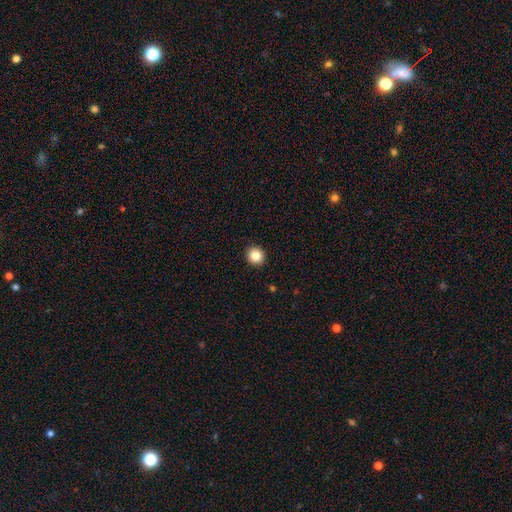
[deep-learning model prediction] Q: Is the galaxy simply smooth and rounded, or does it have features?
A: smooth — 84%.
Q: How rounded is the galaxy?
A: round — 85%.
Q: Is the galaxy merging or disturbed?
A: none — 92%.